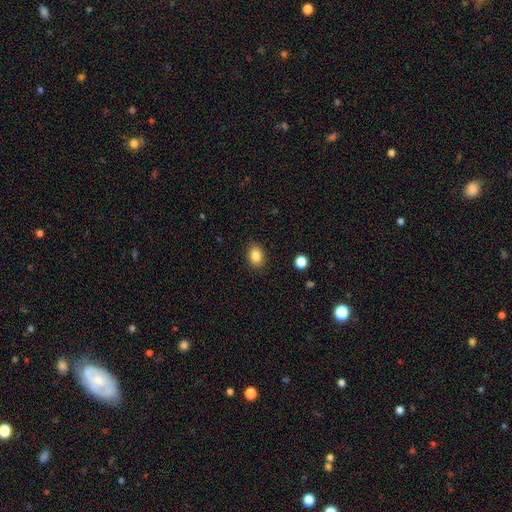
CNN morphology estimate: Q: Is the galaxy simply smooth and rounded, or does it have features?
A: smooth — 85%.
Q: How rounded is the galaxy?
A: in between — 67%.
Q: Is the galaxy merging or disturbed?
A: none — 88%.